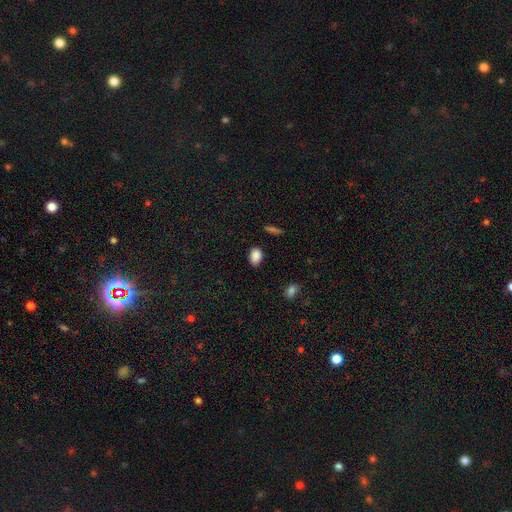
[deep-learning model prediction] smooth 87%, star or artifact 9%, featured or disk 4%. Down the decision tree: how rounded — in between (81%); merging — none (85%).